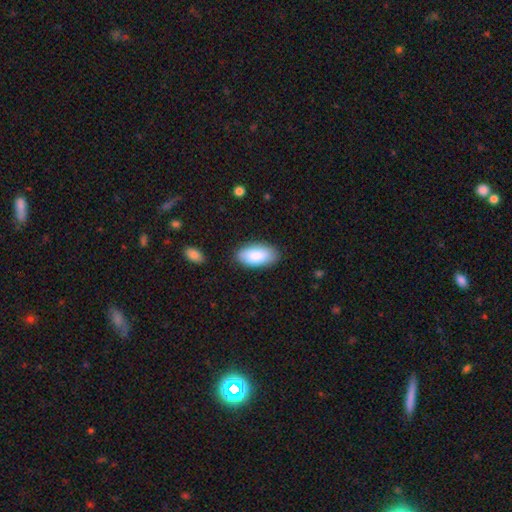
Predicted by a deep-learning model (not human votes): Smooth or featured? smooth (86%)
How rounded? in between (94%)
Merging? none (84%)